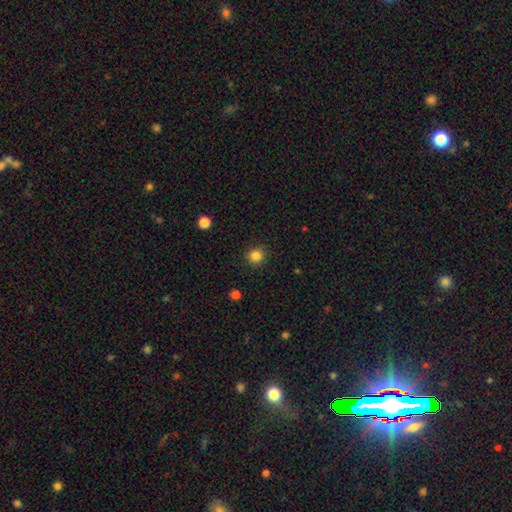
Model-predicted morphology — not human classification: A smooth galaxy with no disk features (84%) that is round (93%).

Vote fractions:
- Smooth or featured? smooth: 84% / star or artifact: 12% / featured or disk: 4%
- How rounded? round: 93% / in between: 6% / cigar-shaped: 1%
- Merging? none: 91% / minor disturbance: 6% / major disturbance: 2% / merger: 1%